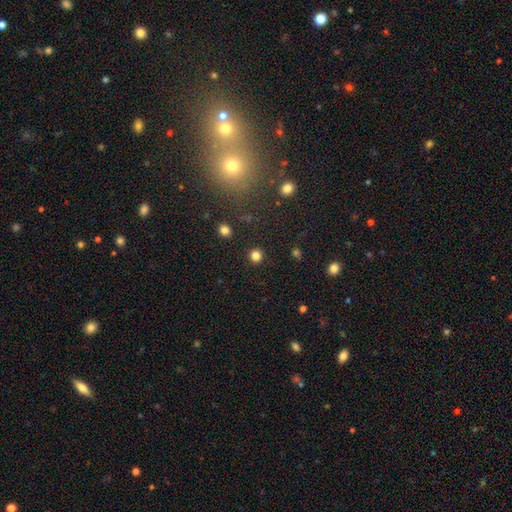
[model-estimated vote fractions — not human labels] This is clearly a smooth galaxy (82%). How rounded: clearly round (93%). Merging: clearly none (91%).